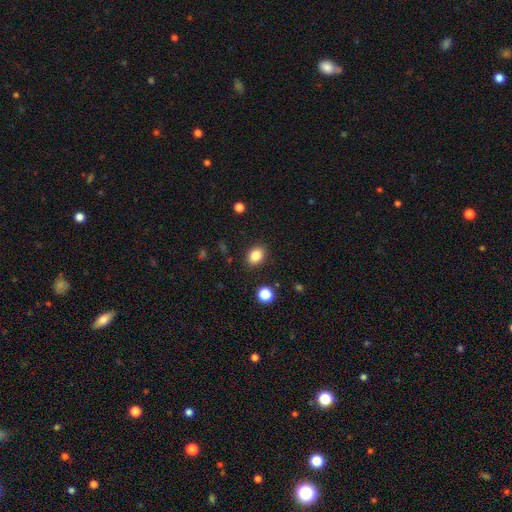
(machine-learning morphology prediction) smooth-or-featured: smooth: 84% | star or artifact: 10% | featured or disk: 6%
  how-rounded: in between: 62% | round: 37% | cigar-shaped: 1%
  merging: none: 87% | minor disturbance: 9% | major disturbance: 2% | merger: 2%